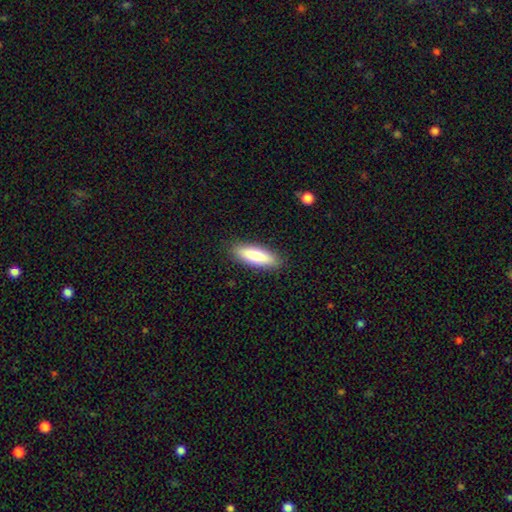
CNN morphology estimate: This is clearly a smooth galaxy (85%). How rounded: possibly cigar-shaped (51%). Merging: clearly none (89%).